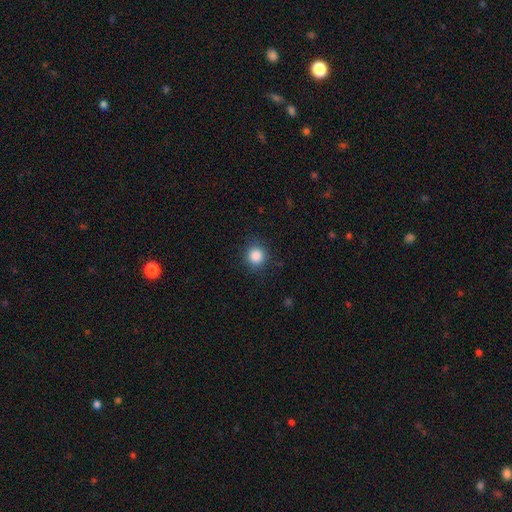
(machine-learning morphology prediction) This appears to be a smooth galaxy with no disk features (87%) that is round (91%). Merging: none (88%).